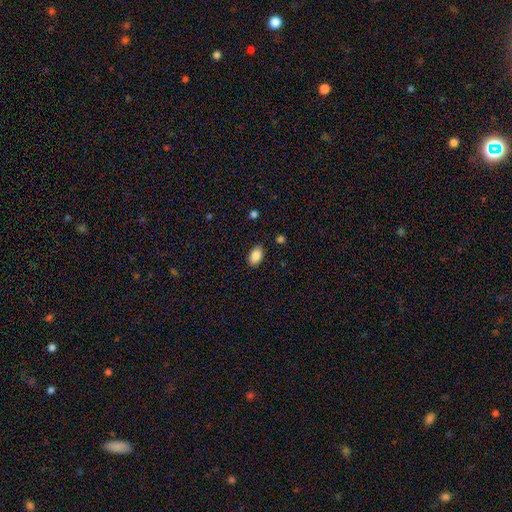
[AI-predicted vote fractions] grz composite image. It shows a smooth galaxy with no disk features (87%) that is in between round and cigar-shaped (90%). Merging: none (86%).